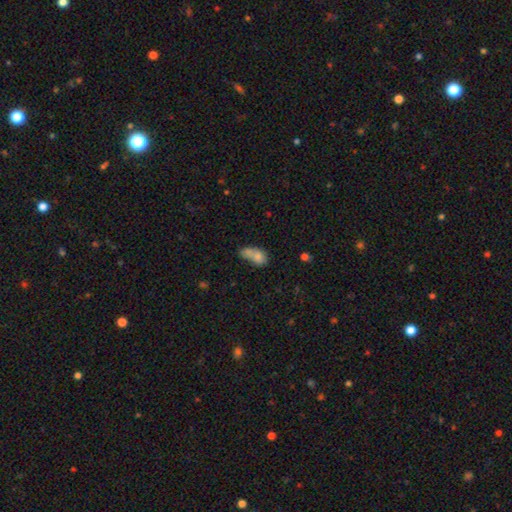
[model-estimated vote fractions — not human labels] Smooth or featured?
  - smooth: 73% *
  - featured or disk: 17%
  - star or artifact: 10%
How rounded?
  - in between: 80% *
  - round: 15%
  - cigar-shaped: 5%
Merging?
  - merger: 45% *
  - none: 23%
  - minor disturbance: 18%
  - major disturbance: 14%